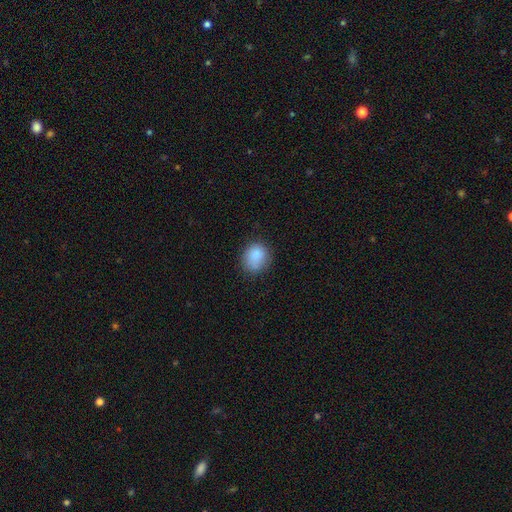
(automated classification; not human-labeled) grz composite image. It shows a smooth galaxy with no disk features (85%) that is round (65%). Merging: none (70%).